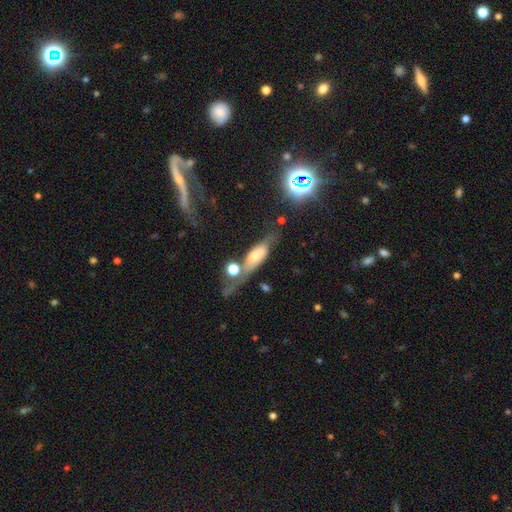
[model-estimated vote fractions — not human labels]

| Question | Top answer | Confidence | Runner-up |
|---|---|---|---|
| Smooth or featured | smooth | 45% | tied: featured or disk (45%) |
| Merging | none | 39% | merger (21%) |